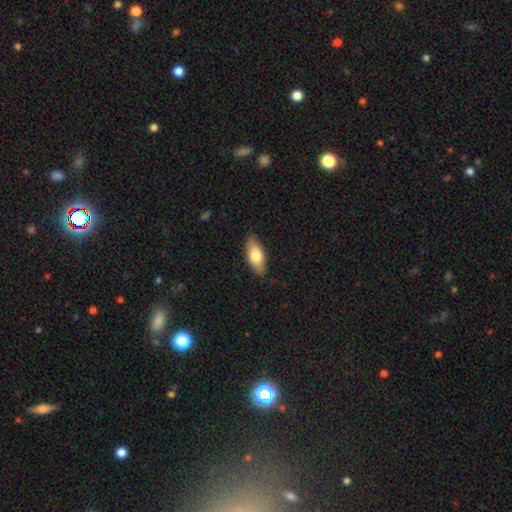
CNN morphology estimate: A smooth galaxy with no disk features (78%) that is in between round and cigar-shaped (84%).

Vote fractions:
- Smooth or featured? smooth: 78% / featured or disk: 17% / star or artifact: 6%
- How rounded? in between: 84% / cigar-shaped: 14% / round: 2%
- Merging? none: 87% / minor disturbance: 11% / major disturbance: 2% / merger: 1%